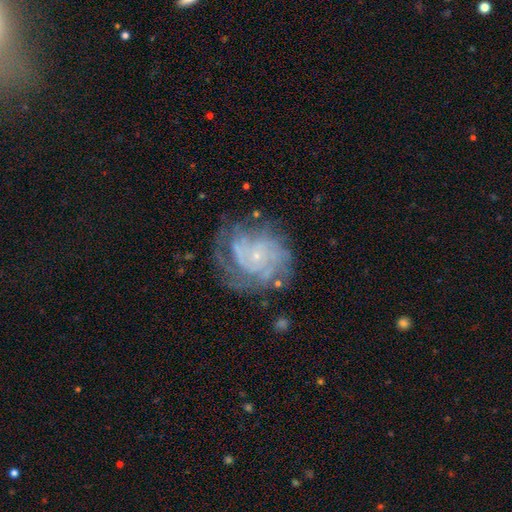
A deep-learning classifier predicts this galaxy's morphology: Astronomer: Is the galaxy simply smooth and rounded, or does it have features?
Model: featured or disk — 81%.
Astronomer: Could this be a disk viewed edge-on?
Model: no — 98%.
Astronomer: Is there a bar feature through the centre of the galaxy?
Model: no — 79%.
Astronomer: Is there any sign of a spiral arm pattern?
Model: yes — 92%.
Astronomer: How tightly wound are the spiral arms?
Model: tight — 65%.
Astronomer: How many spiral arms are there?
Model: can't tell — 35% (runner-up: 4, 19%).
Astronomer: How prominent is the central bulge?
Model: small — 85%.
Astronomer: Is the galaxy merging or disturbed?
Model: none — 64%.